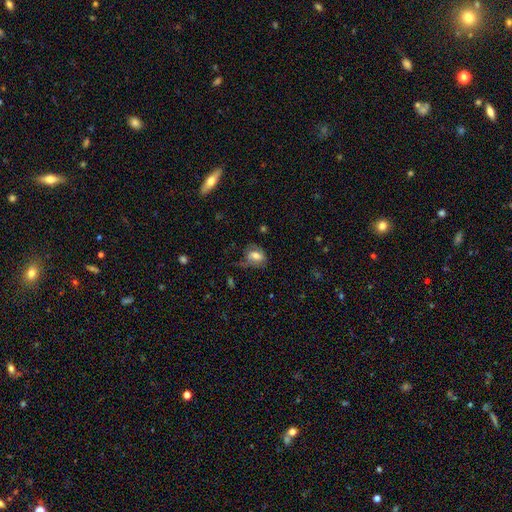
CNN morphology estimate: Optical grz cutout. It shows a smooth galaxy with no disk features (55%) that is in between round and cigar-shaped (66%). Merging: none (55%).